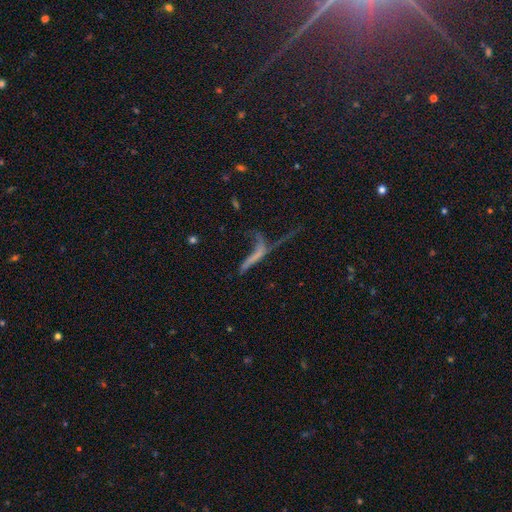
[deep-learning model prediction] featured or disk 43%, smooth 35%, star or artifact 21%. Down the decision tree: merging — major disturbance (41%).